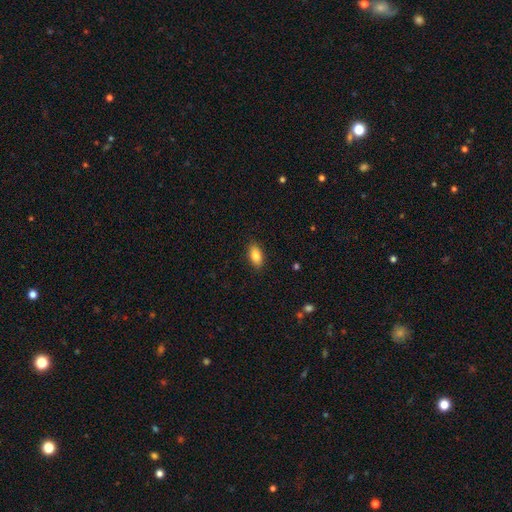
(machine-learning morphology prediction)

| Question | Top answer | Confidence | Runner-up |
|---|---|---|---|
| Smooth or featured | smooth | 85% | featured or disk (8%) |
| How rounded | in between | 90% | cigar-shaped (6%) |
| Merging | none | 88% | minor disturbance (9%) |